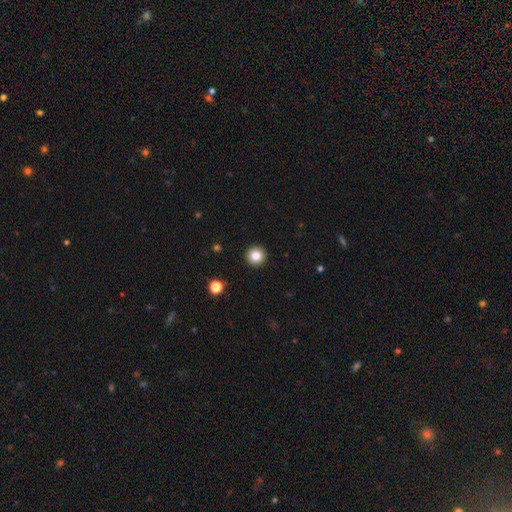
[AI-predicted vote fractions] The model was most divided on "smooth or featured": smooth: 84%, star or artifact: 11%, featured or disk: 6%. More confident: how rounded — round (96%); merging — none (94%).